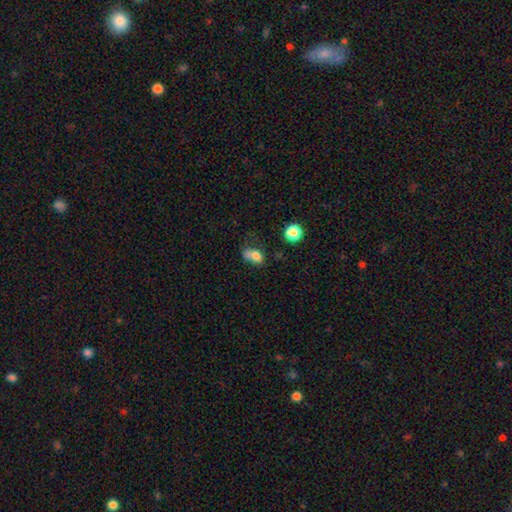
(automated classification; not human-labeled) A smooth galaxy with no disk features (74%) that is in between round and cigar-shaped (63%). Merging: merger (31%).